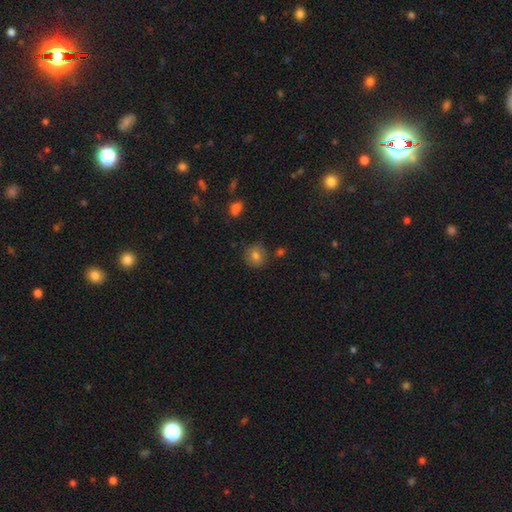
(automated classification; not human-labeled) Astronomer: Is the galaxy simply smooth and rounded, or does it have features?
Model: smooth — 79%.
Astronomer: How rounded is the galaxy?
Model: round — 84%.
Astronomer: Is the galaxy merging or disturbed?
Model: none — 81%.